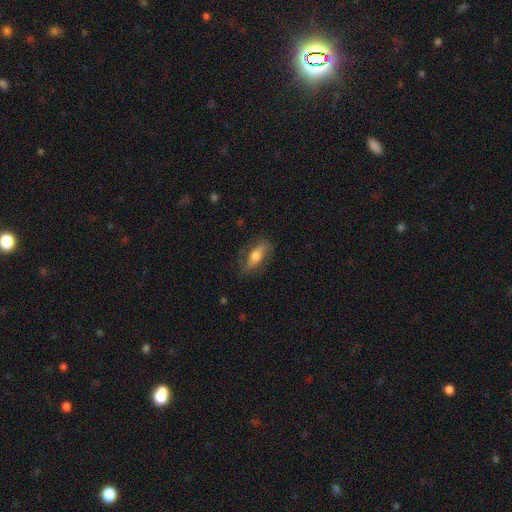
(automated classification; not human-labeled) smooth-or-featured: smooth: 55% | featured or disk: 39% | star or artifact: 7%
  how-rounded: in between: 67% | cigar-shaped: 28% | round: 5%
  merging: none: 76% | minor disturbance: 16% | major disturbance: 6% | merger: 1%